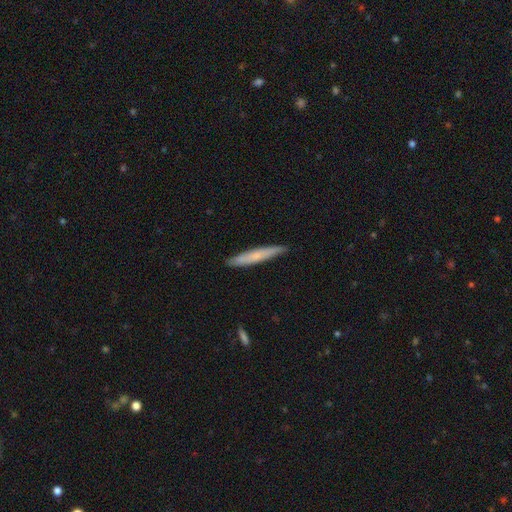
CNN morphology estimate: This appears to be a smooth galaxy with no disk features (60%) that is cigar-shaped (95%). Merging: none (88%).